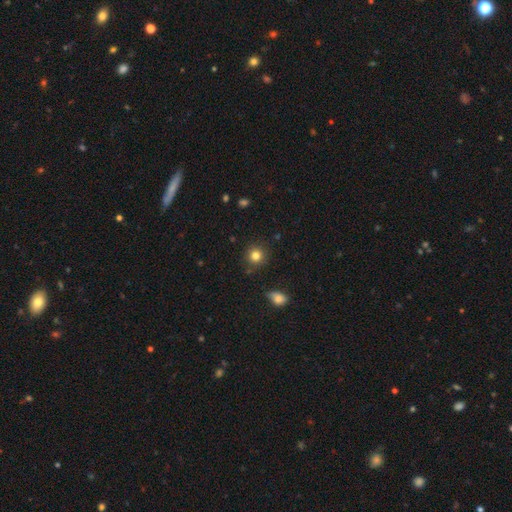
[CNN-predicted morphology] Smooth or featured: smooth — 82% (star or artifact — 11%)
How rounded: round — 91% (in between — 8%)
Merging: none — 86% (minor disturbance — 9%)